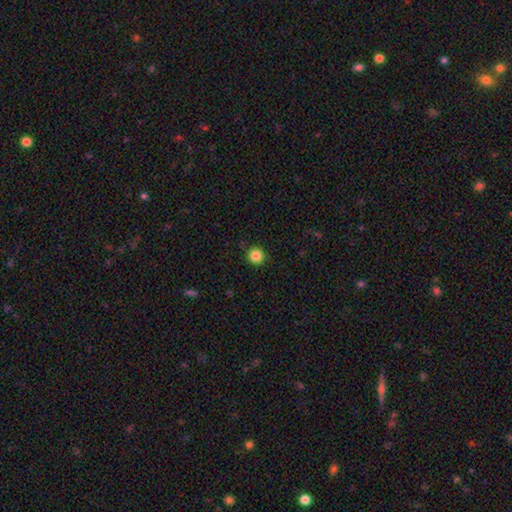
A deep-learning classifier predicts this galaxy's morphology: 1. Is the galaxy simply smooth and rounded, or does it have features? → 86% smooth, 11% star or artifact, 4% featured or disk.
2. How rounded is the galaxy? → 94% round, 5% in between, 1% cigar-shaped.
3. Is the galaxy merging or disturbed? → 91% none, 6% minor disturbance, 2% major disturbance, 1% merger.